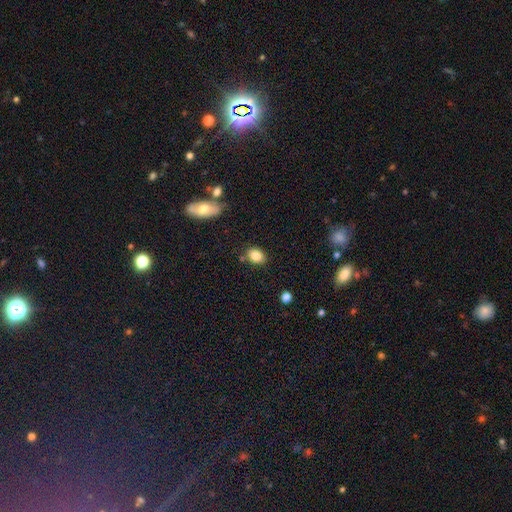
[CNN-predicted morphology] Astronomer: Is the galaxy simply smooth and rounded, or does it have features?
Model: smooth — 84%.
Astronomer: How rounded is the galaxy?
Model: in between — 65%.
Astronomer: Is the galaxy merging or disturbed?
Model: none — 77%.